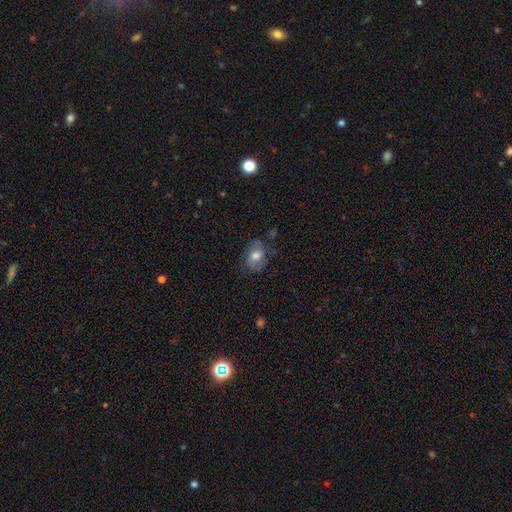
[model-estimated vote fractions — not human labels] This appears to be a smooth galaxy with no disk features (67%) that is in between round and cigar-shaped (67%). Merging: none (67%).